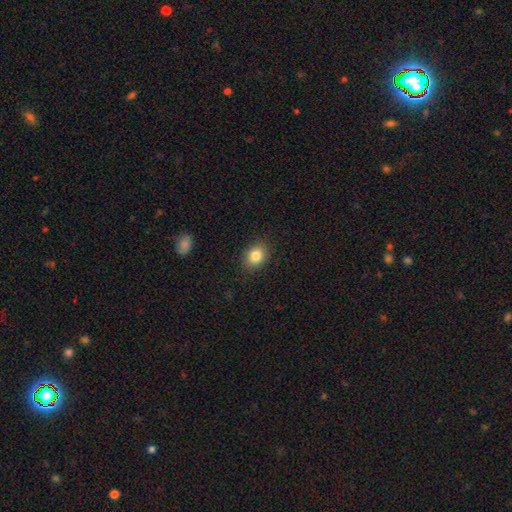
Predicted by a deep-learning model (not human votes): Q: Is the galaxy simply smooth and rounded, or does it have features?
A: smooth — 83%.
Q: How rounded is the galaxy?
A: round — 51%.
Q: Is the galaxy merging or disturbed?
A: none — 88%.